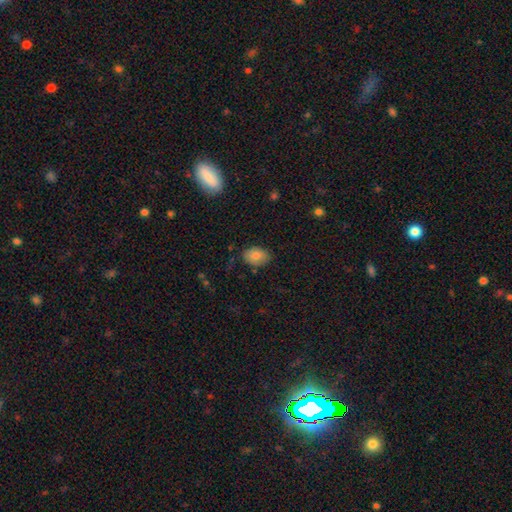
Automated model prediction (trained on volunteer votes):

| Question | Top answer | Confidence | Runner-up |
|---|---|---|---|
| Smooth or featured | smooth | 83% | featured or disk (9%) |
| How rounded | in between | 80% | round (19%) |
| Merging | none | 79% | minor disturbance (16%) |